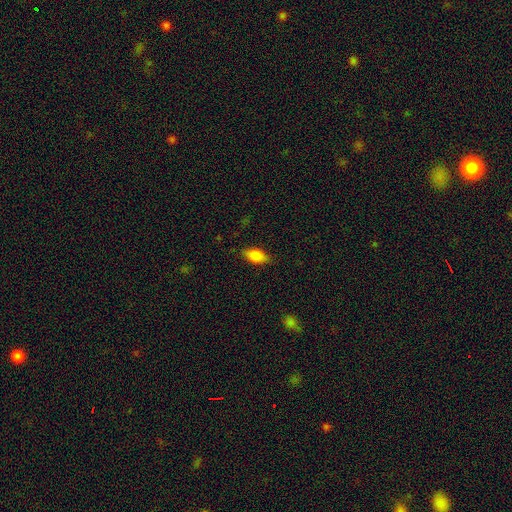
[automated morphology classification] Smooth or featured?
  - smooth: 82% *
  - featured or disk: 10%
  - star or artifact: 8%
How rounded?
  - in between: 88% *
  - cigar-shaped: 8%
  - round: 4%
Merging?
  - none: 83% *
  - minor disturbance: 13%
  - major disturbance: 3%
  - merger: 1%